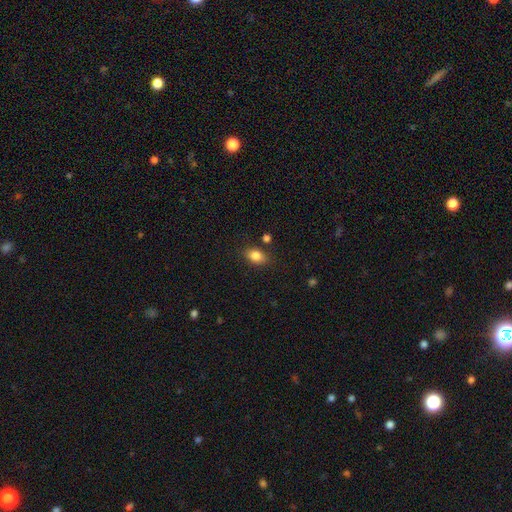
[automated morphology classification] Smooth or featured?
  - smooth: 84% *
  - star or artifact: 9%
  - featured or disk: 7%
How rounded?
  - in between: 78% *
  - round: 20%
  - cigar-shaped: 2%
Merging?
  - none: 80% *
  - minor disturbance: 13%
  - merger: 4%
  - major disturbance: 3%